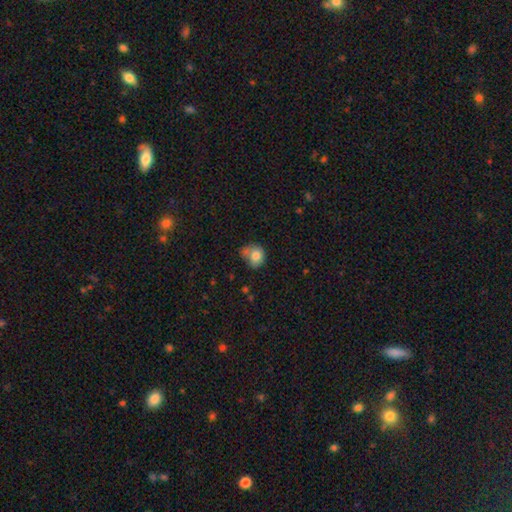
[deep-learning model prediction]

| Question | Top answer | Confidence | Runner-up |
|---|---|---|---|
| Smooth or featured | smooth | 79% | featured or disk (12%) |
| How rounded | round | 74% | in between (25%) |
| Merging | none | 40% | minor disturbance (25%) |